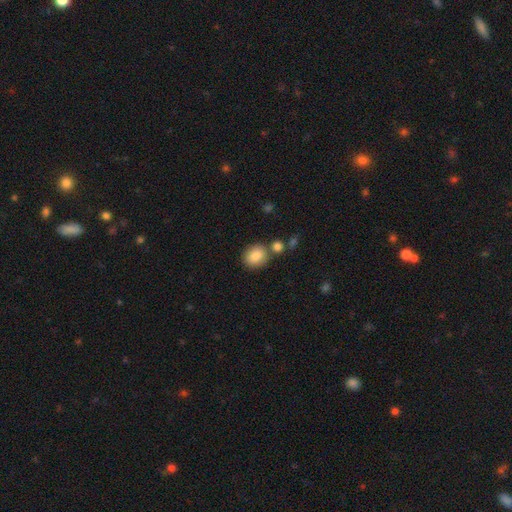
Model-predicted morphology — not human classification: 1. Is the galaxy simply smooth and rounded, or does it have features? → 86% smooth, 8% star or artifact, 6% featured or disk.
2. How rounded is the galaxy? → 57% round, 42% in between, 1% cigar-shaped.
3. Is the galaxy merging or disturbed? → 69% none, 16% merger, 12% minor disturbance, 4% major disturbance.